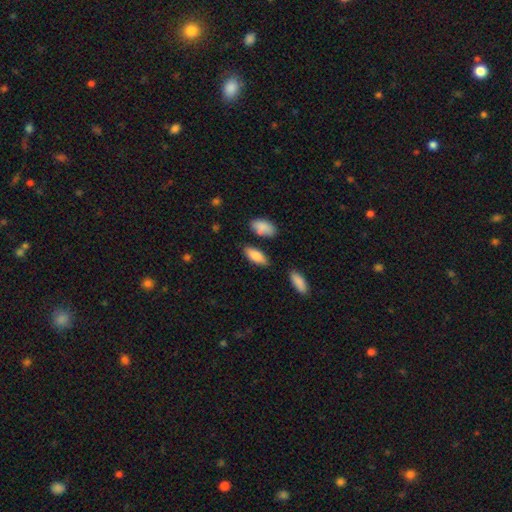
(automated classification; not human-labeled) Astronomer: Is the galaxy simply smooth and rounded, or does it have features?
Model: smooth — 82%.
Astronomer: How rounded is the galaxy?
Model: in between — 81%.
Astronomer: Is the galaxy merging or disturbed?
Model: none — 77%.